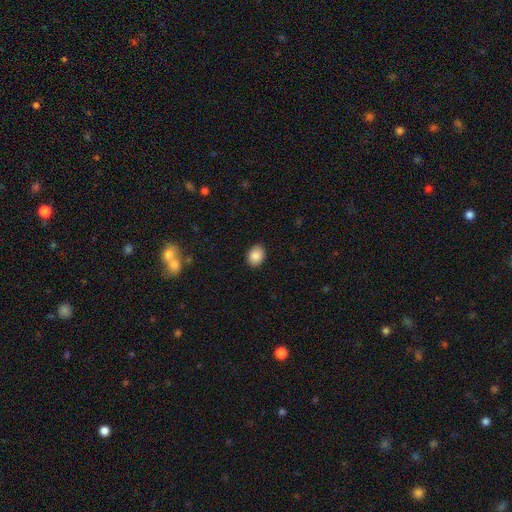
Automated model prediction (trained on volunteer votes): smooth-or-featured: smooth: 88% | star or artifact: 8% | featured or disk: 4%
  how-rounded: in between: 62% | round: 37% | cigar-shaped: 1%
  merging: none: 89% | minor disturbance: 8% | major disturbance: 2% | merger: 1%